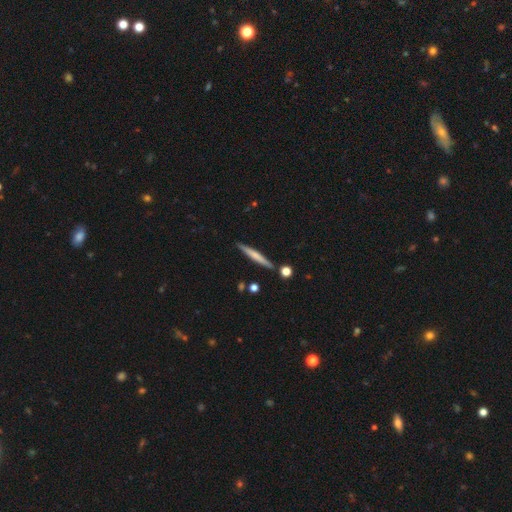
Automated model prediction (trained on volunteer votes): This appears to be a smooth galaxy with no disk features (54%) that is cigar-shaped (96%). Merging: none (87%).